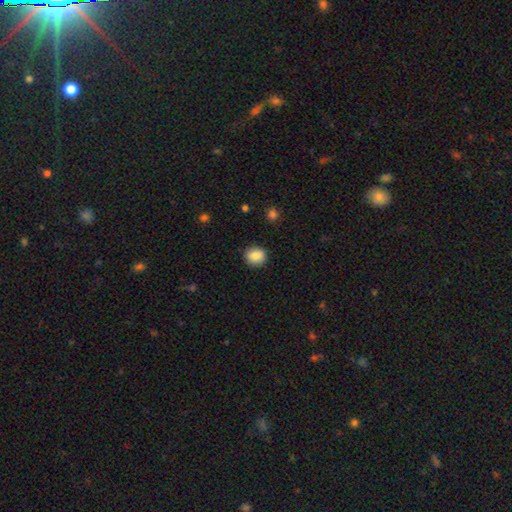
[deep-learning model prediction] smooth 87%, star or artifact 8%, featured or disk 5%. Down the decision tree: how rounded — round (75%); merging — none (88%).